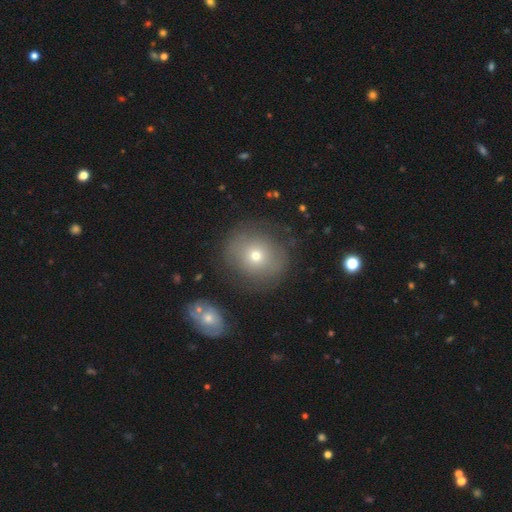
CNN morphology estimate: Smooth or featured?
  - smooth: 61% *
  - featured or disk: 24%
  - star or artifact: 14%
How rounded?
  - round: 86% *
  - in between: 13%
  - cigar-shaped: 1%
Merging?
  - none: 79% *
  - minor disturbance: 12%
  - major disturbance: 5%
  - merger: 3%